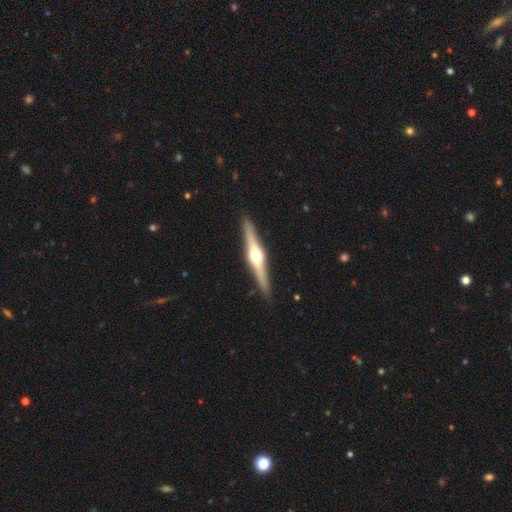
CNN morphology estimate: A featured or disk galaxy (77%) viewed edge-on (98%) with a rounded central bulge (94%). Merging: none (91%).